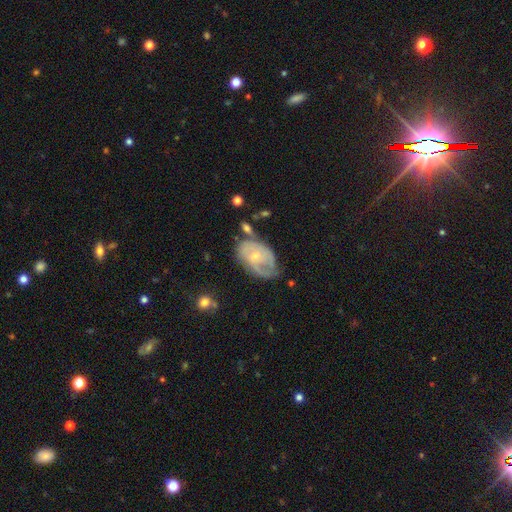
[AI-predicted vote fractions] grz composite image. It shows a featured or disk galaxy (70%) with no bar (66%), 2 (39%) tight (46%) spiral arms (81%) and a small central bulge (66%). Merging: none (45%).